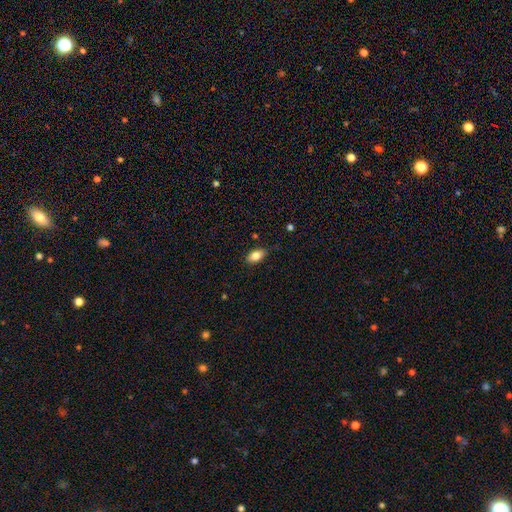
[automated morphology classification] smooth-or-featured: smooth: 82% | featured or disk: 11% | star or artifact: 8%
  how-rounded: in between: 90% | cigar-shaped: 6% | round: 5%
  merging: none: 83% | minor disturbance: 14% | major disturbance: 2% | merger: 1%